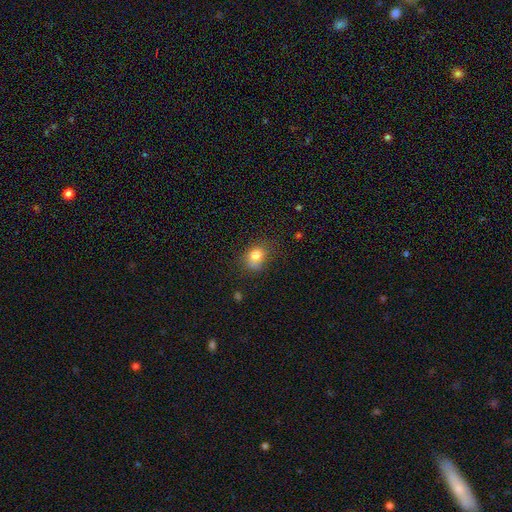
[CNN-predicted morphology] Smooth or featured? Predicted: smooth (p=0.79). How rounded? Predicted: in between (p=0.55). Merging? Predicted: none (p=0.60).